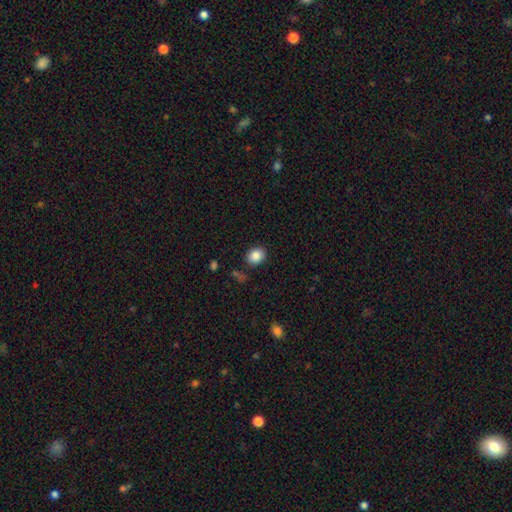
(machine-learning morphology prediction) The model was most divided on "how rounded": round: 51%, in between: 48%, cigar-shaped: 1%. More confident: merging — none (86%); smooth or featured — smooth (86%).